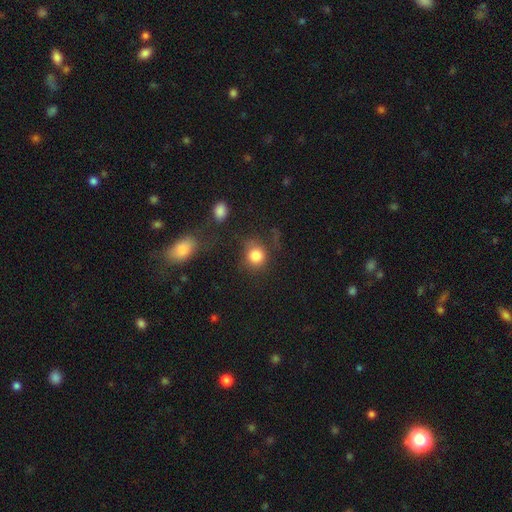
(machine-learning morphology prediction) The model was most divided on "merging": none: 65%, minor disturbance: 18%, major disturbance: 10%, merger: 6%. More confident: smooth or featured — smooth (83%); how rounded — round (82%).